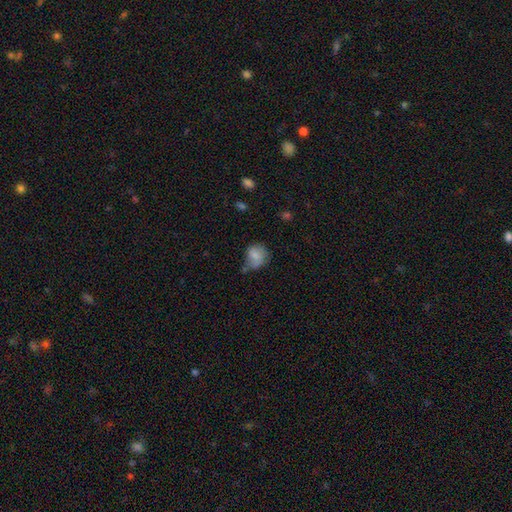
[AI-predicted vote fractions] A smooth galaxy with no disk features (73%) that is round (61%). Merging: none (42%).